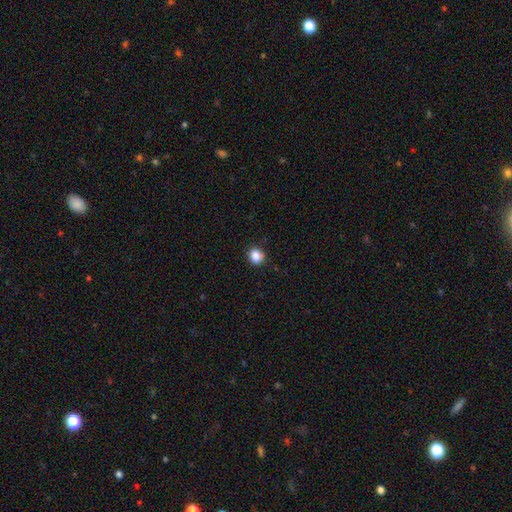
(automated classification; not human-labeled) A smooth galaxy with no disk features (86%) that is round (76%). Merging: none (86%).